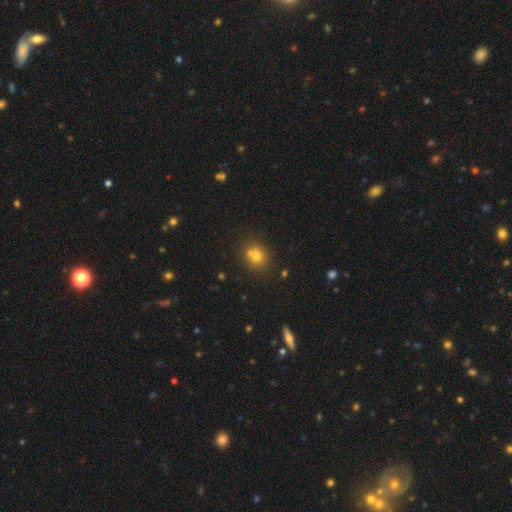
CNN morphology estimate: Q: Smooth or featured?
A: smooth (72%); runner-up: star or artifact (16%)
Q: How rounded?
A: round (74%); runner-up: in between (25%)
Q: Merging?
A: none (59%); runner-up: merger (25%)